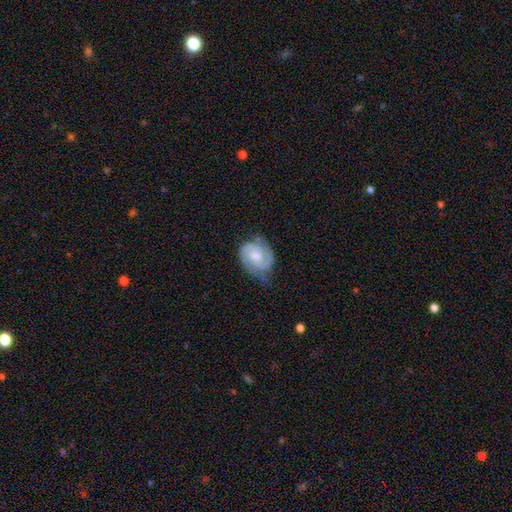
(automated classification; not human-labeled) smooth_or_featured: featured or disk (p=0.74) [alt: smooth p=0.20]
disk_edge_on: no (p=0.98) [alt: yes p=0.02]
bar: no (p=0.49) [alt: weak p=0.44]
has_spiral_arms: yes (p=0.93) [alt: no p=0.07]
spiral_winding: tight (p=0.47) [alt: medium p=0.42]
spiral_arm_count: 2 (p=0.81) [alt: can't tell p=0.10]
bulge_size: moderate (p=0.50) [alt: small p=0.24]
merging: none (p=0.58) [alt: minor disturbance p=0.30]